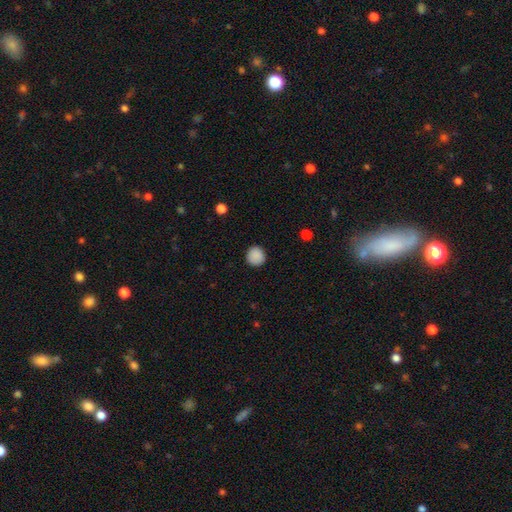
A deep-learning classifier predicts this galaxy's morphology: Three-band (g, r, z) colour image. It shows a smooth galaxy with no disk features (89%) that is round (91%). Merging: none (90%).